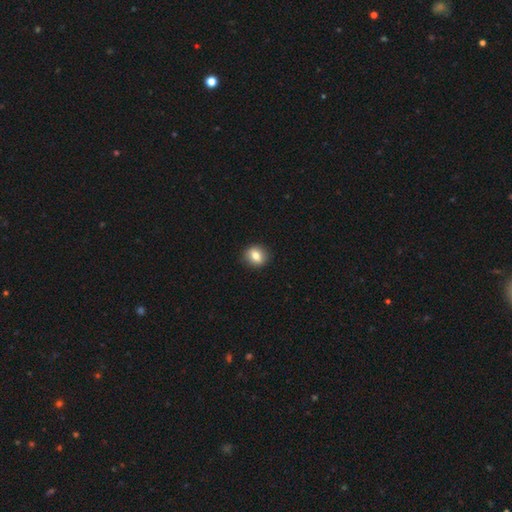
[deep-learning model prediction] Q: Smooth or featured?
A: smooth (77%); runner-up: featured or disk (14%)
Q: How rounded?
A: round (68%); runner-up: in between (31%)
Q: Merging?
A: none (90%); runner-up: minor disturbance (7%)